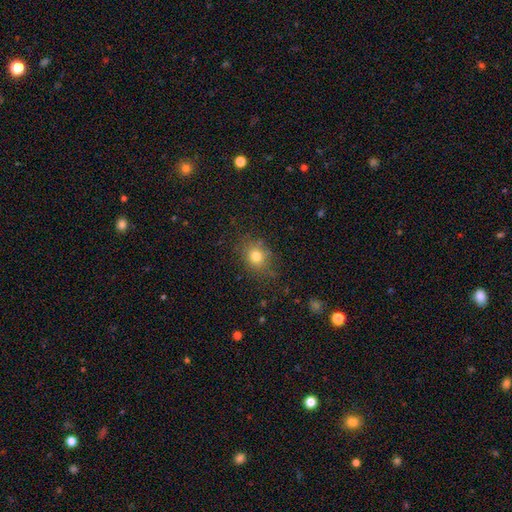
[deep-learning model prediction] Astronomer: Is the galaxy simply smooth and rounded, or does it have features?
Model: smooth — 77%.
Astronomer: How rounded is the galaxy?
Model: round — 59% (runner-up: in between, 39%).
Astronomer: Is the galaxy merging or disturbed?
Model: none — 76%.